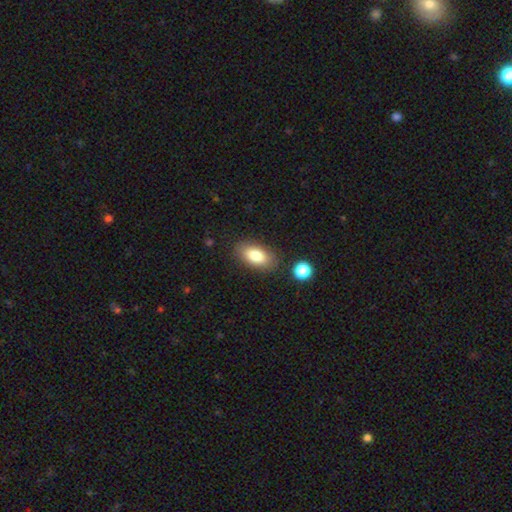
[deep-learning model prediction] The model was most divided on "smooth or featured": smooth: 80%, featured or disk: 12%, star or artifact: 8%. More confident: how rounded — in between (91%); merging — none (83%).